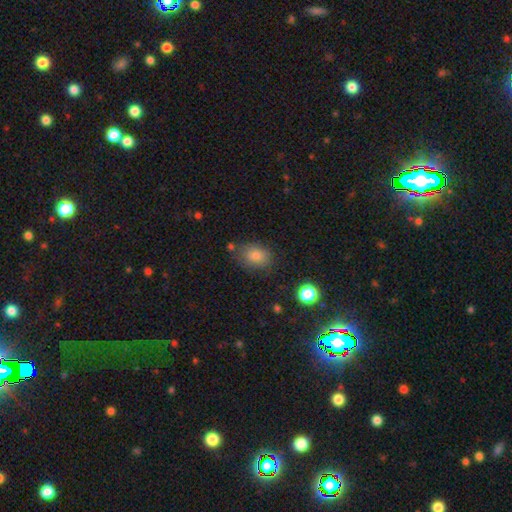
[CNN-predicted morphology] The model was most divided on "how rounded": in between: 63%, round: 36%, cigar-shaped: 1%. More confident: smooth or featured — smooth (80%); merging — none (75%).